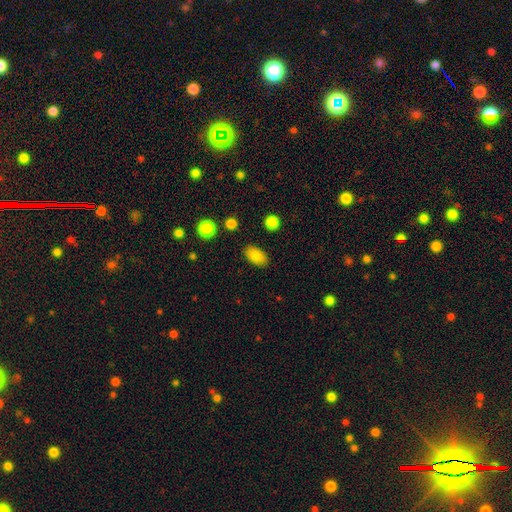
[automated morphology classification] Smooth or featured?
  - smooth: 85% *
  - star or artifact: 9%
  - featured or disk: 7%
How rounded?
  - in between: 91% *
  - round: 7%
  - cigar-shaped: 2%
Merging?
  - none: 86% *
  - minor disturbance: 10%
  - major disturbance: 3%
  - merger: 2%